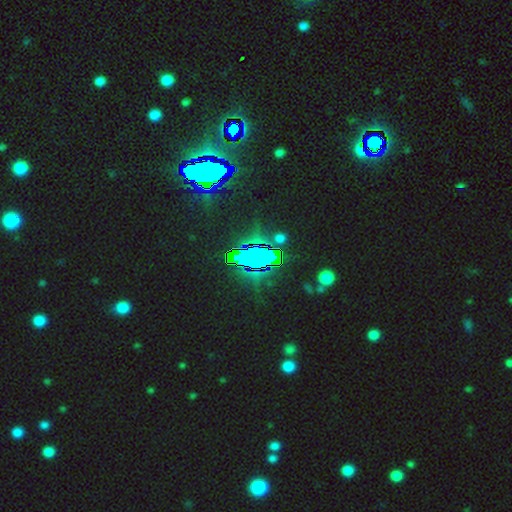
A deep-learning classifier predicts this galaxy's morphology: This is likely a star or artifact rather than a galaxy (80%).